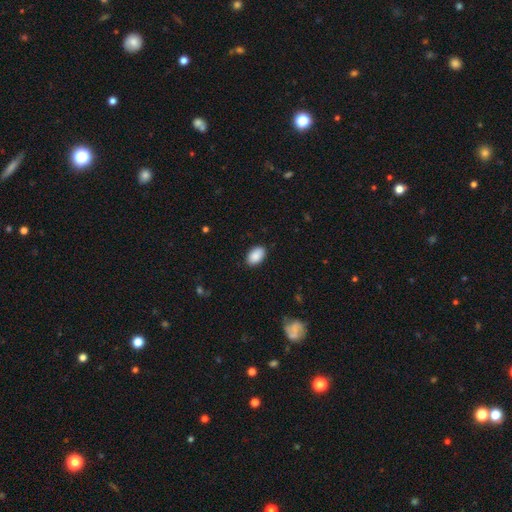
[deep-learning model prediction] A smooth galaxy with no disk features (90%) that is in between round and cigar-shaped (92%). Merging: none (88%).